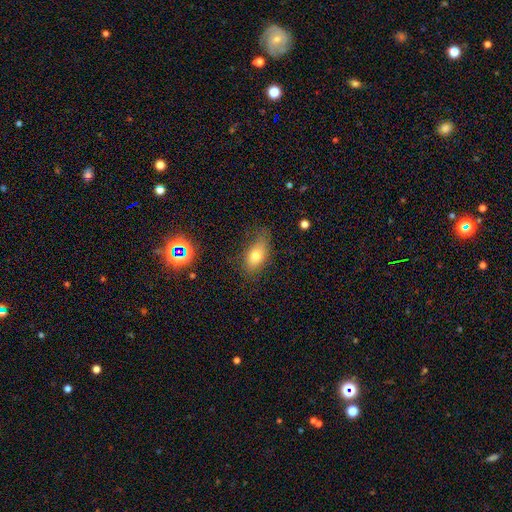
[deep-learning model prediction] smooth 74%, featured or disk 15%, star or artifact 11%. Down the decision tree: how rounded — in between (85%); merging — none (64%).